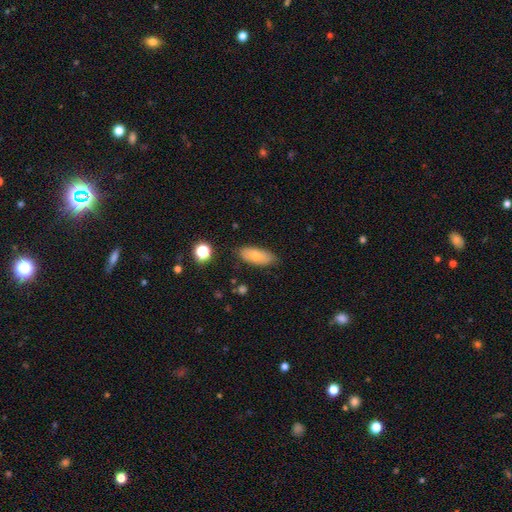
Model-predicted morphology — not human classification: Smooth or featured?
  - smooth: 77% *
  - featured or disk: 16%
  - star or artifact: 8%
How rounded?
  - in between: 84% *
  - cigar-shaped: 13%
  - round: 3%
Merging?
  - none: 80% *
  - minor disturbance: 15%
  - major disturbance: 3%
  - merger: 2%